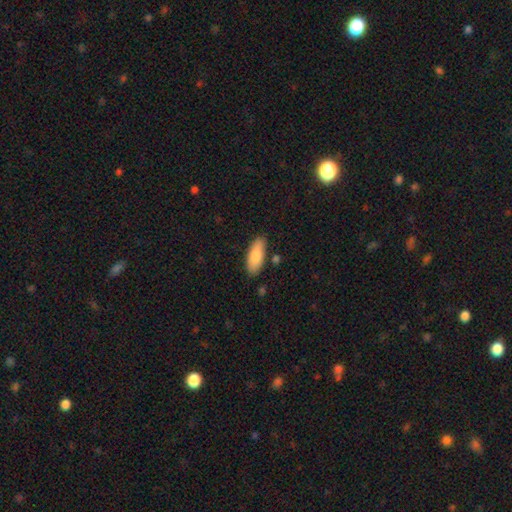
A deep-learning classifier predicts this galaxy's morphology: smooth_or_featured: smooth (p=0.82) [alt: featured or disk p=0.12]
how_rounded: in between (p=0.79) [alt: cigar-shaped p=0.19]
merging: none (p=0.82) [alt: minor disturbance p=0.12]